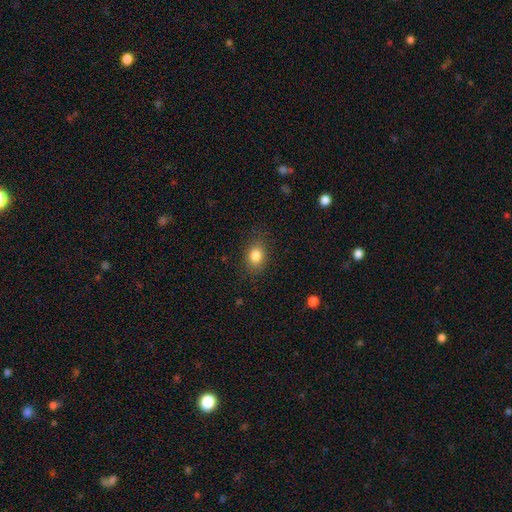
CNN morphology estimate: Smooth or featured?
  - smooth: 83% *
  - star or artifact: 10%
  - featured or disk: 7%
How rounded?
  - in between: 65% *
  - round: 34%
  - cigar-shaped: 1%
Merging?
  - none: 82% *
  - minor disturbance: 13%
  - major disturbance: 4%
  - merger: 1%